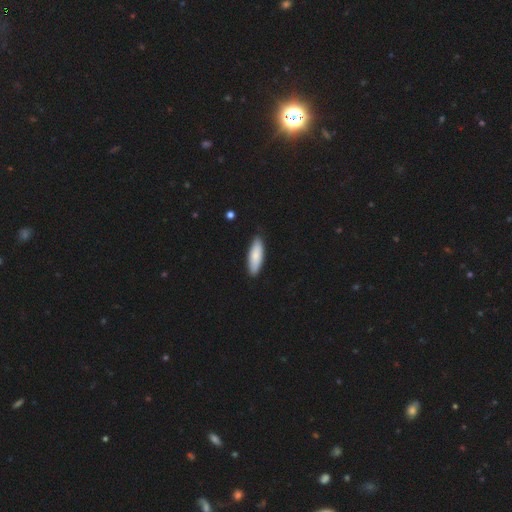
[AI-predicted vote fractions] This is clearly a smooth galaxy (81%). How rounded: possibly in between (52%). Merging: clearly none (88%).